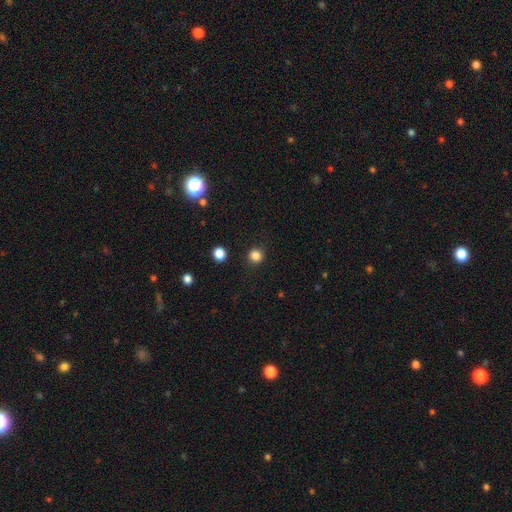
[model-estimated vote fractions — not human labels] This is clearly a smooth galaxy (84%). How rounded: clearly round (89%). Merging: clearly none (89%).